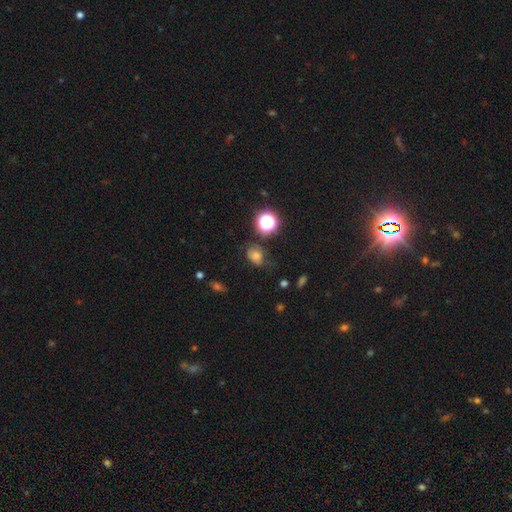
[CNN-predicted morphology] Smooth or featured?
  - smooth: 59% *
  - star or artifact: 29%
  - featured or disk: 12%
How rounded?
  - round: 53% *
  - in between: 46%
  - cigar-shaped: 1%
Merging?
  - none: 64% *
  - minor disturbance: 22%
  - major disturbance: 10%
  - merger: 5%